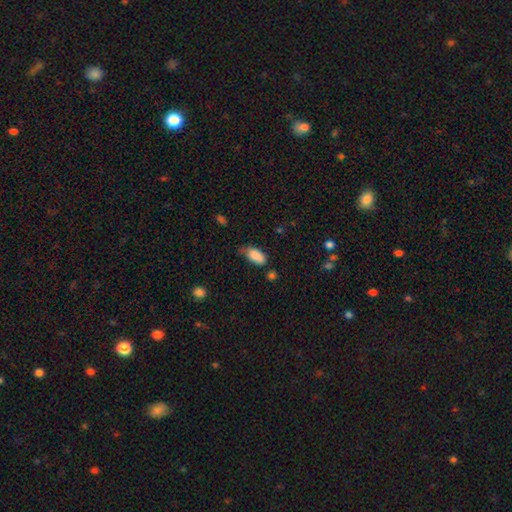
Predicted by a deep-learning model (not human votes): Q: Smooth or featured?
A: smooth (86%); runner-up: star or artifact (8%)
Q: How rounded?
A: in between (92%); runner-up: cigar-shaped (6%)
Q: Merging?
A: none (46%); runner-up: minor disturbance (40%)